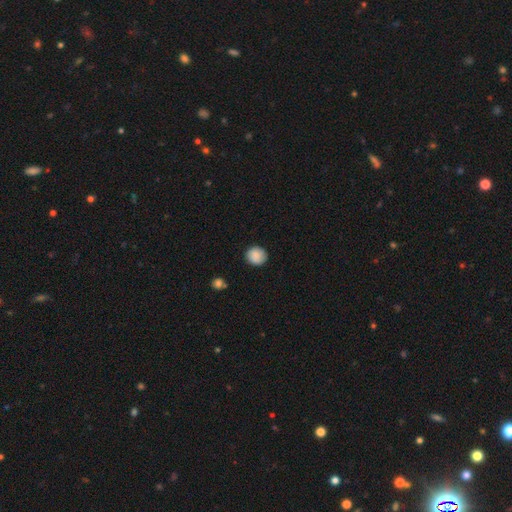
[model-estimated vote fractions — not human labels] A smooth galaxy with no disk features (88%) that is round (90%). Merging: none (87%).